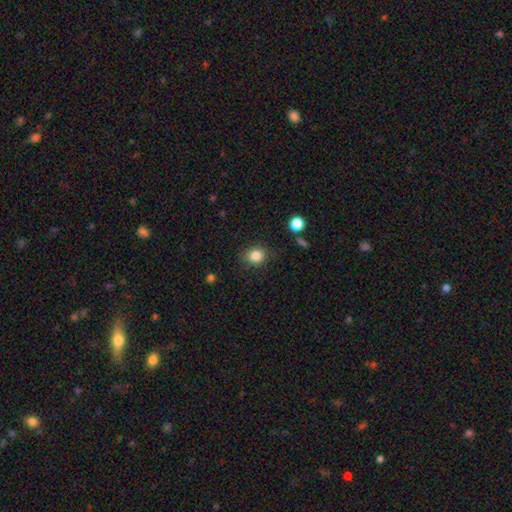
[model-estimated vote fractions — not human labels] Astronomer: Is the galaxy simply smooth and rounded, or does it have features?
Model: smooth — 84%.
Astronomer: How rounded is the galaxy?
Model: round — 67%.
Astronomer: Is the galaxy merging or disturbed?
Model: none — 82%.